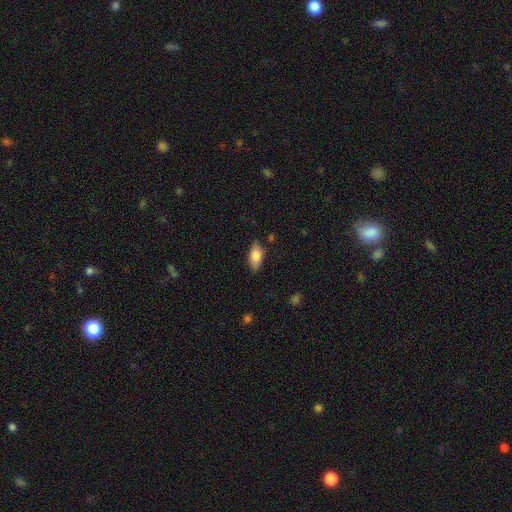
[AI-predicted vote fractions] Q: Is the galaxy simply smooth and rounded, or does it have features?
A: smooth — 76%.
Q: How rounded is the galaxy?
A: in between — 85%.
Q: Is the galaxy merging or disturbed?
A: none — 80%.